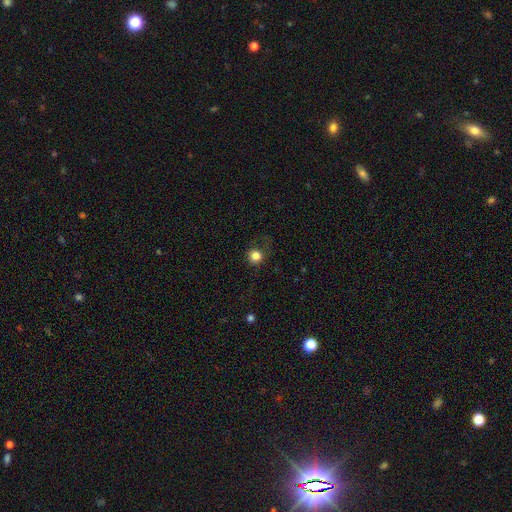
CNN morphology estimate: Smooth or featured: smooth — 82% (star or artifact — 13%)
How rounded: round — 91% (in between — 8%)
Merging: none — 80% (minor disturbance — 13%)